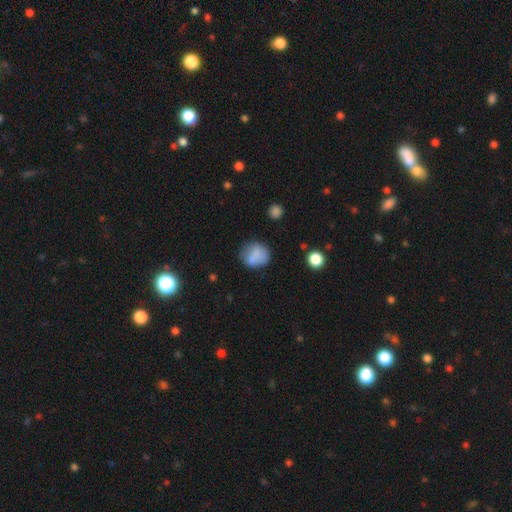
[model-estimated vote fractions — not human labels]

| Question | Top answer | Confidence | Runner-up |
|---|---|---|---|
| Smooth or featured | smooth | 78% | featured or disk (13%) |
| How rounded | round | 67% | in between (31%) |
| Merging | none | 62% | minor disturbance (23%) |